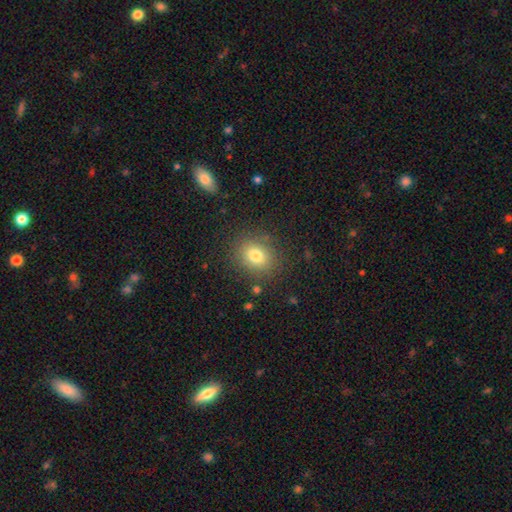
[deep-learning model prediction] smooth 78%, star or artifact 12%, featured or disk 10%. Down the decision tree: how rounded — round (52%); merging — none (84%).